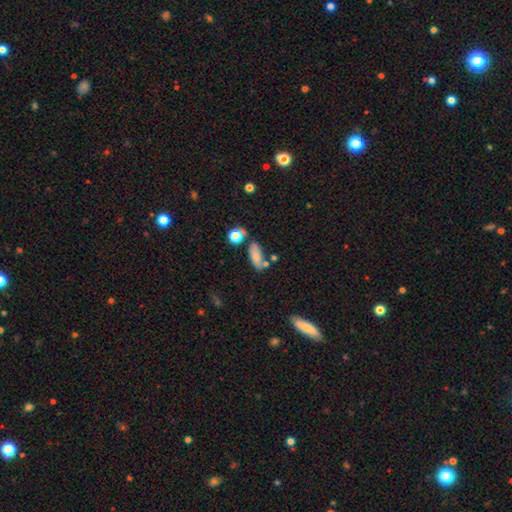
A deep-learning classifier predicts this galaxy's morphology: This appears to be a smooth galaxy with no disk features (77%) that is in between round and cigar-shaped (78%). Merging: none (58%).